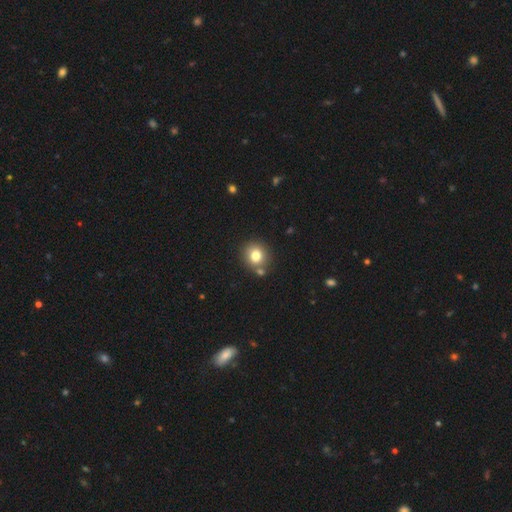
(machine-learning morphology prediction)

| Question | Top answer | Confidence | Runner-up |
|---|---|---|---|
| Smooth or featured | smooth | 79% | star or artifact (12%) |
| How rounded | round | 86% | in between (13%) |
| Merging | none | 74% | merger (13%) |